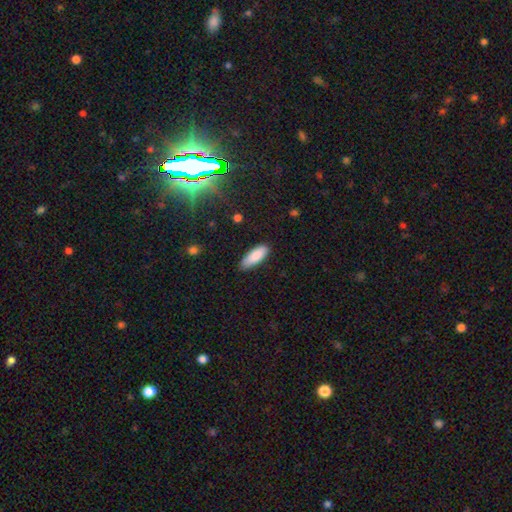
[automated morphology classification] Smooth or featured: smooth — 87% (featured or disk — 7%)
How rounded: in between — 70% (cigar-shaped — 29%)
Merging: none — 85% (minor disturbance — 12%)